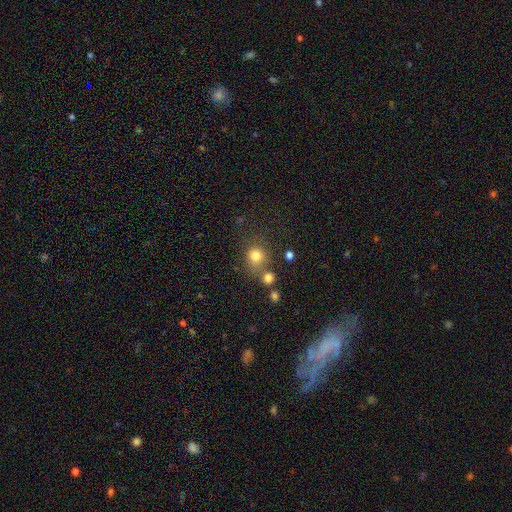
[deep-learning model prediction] A smooth galaxy with no disk features (77%) that is round (81%).

Vote fractions:
- Smooth or featured? smooth: 77% / star or artifact: 15% / featured or disk: 8%
- How rounded? round: 81% / in between: 18% / cigar-shaped: 1%
- Merging? none: 62% / merger: 17% / minor disturbance: 14% / major disturbance: 7%